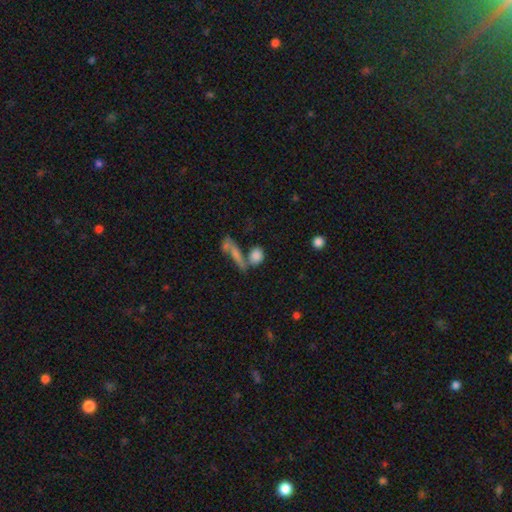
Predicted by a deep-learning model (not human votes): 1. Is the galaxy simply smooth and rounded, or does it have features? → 79% smooth, 11% featured or disk, 10% star or artifact.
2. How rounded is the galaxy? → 50% in between, 39% round, 11% cigar-shaped.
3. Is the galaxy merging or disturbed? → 43% none, 38% merger, 11% minor disturbance, 8% major disturbance.